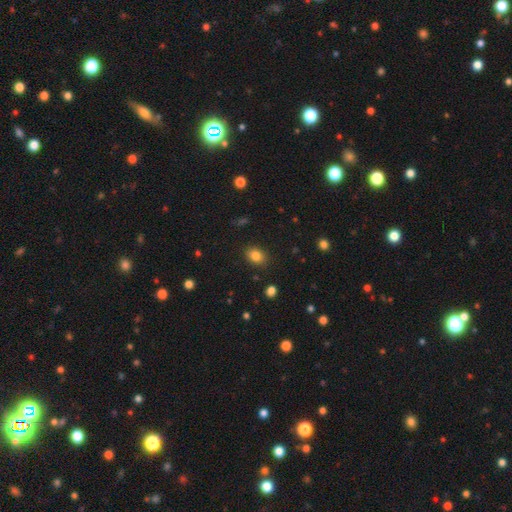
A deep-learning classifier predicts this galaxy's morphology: smooth 83%, star or artifact 11%, featured or disk 6%. Down the decision tree: how rounded — in between (63%); merging — none (87%).